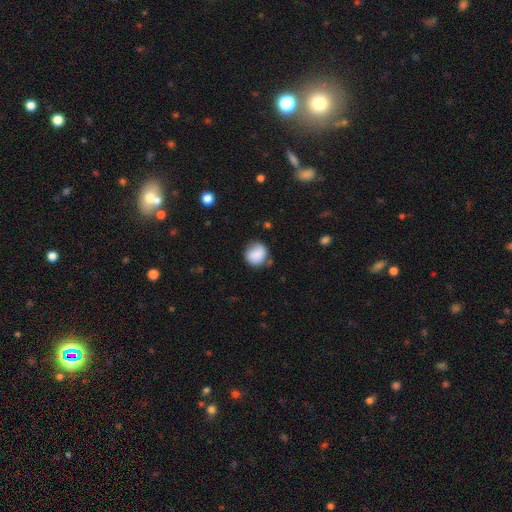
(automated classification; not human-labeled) This is clearly a smooth galaxy (84%). How rounded: clearly round (83%). Merging: likely none (68%).